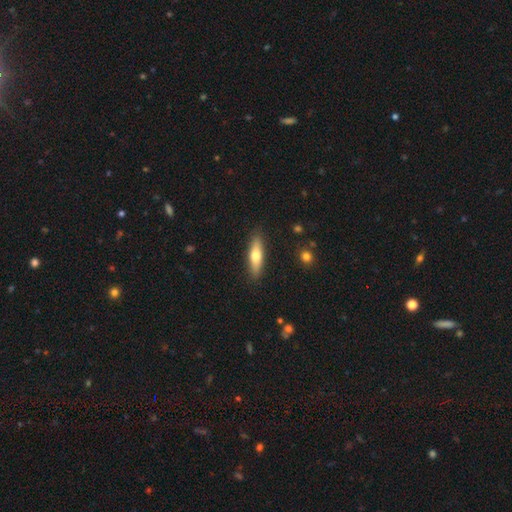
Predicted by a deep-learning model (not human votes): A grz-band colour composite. It shows a smooth galaxy with no disk features (60%) that is cigar-shaped (64%). Merging: none (88%).